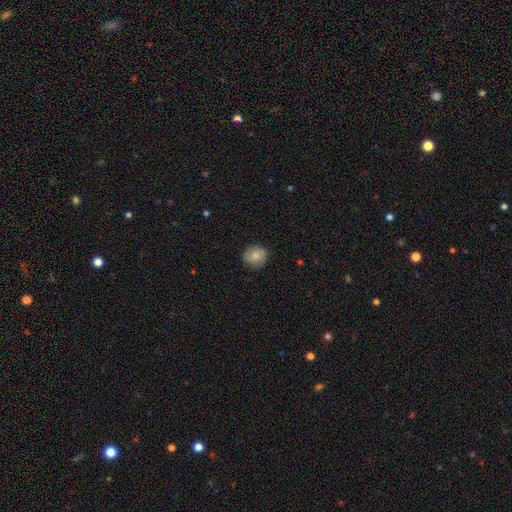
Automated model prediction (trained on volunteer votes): smooth_or_featured: smooth (p=0.78) [alt: featured or disk p=0.14]
how_rounded: round (p=0.86) [alt: in between p=0.13]
merging: none (p=0.85) [alt: minor disturbance p=0.11]